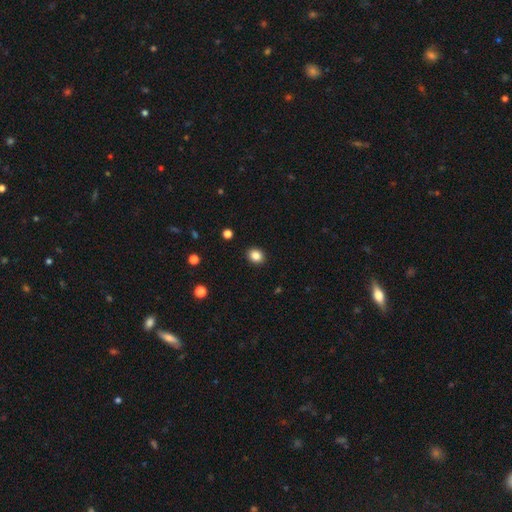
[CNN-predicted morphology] Overall: smooth (85%). How rounded: round (60%; in between 39%). Merging: none (91%).